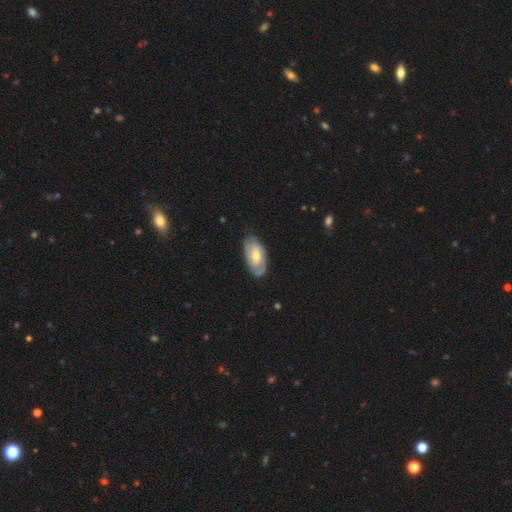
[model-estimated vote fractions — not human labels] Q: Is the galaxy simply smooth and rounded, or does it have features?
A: featured or disk — 64%.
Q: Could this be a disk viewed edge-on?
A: no — 92%.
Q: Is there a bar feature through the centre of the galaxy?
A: no — 50%.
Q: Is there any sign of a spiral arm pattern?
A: yes — 76%.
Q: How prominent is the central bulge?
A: moderate — 61%.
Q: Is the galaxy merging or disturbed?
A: none — 72%.